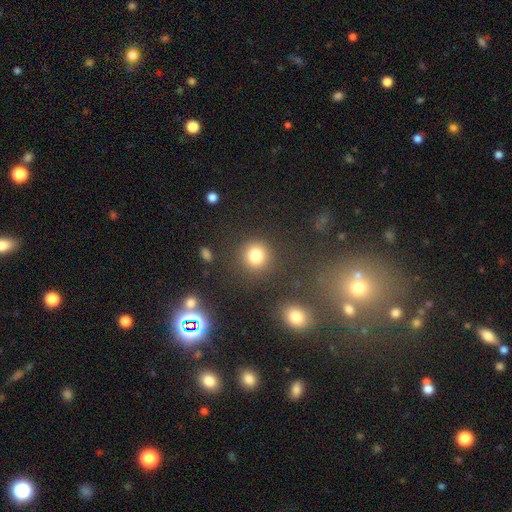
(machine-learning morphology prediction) This appears to be a smooth galaxy with no disk features (80%) that is round (90%). Merging: none (85%).